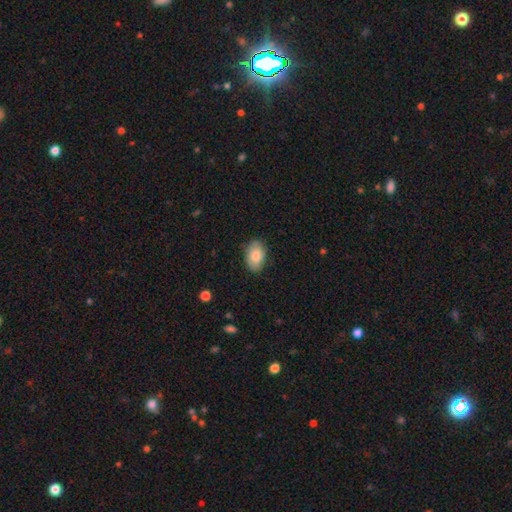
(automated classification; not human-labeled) Overall: smooth (85%). How rounded: in between (90%). Merging: none (85%).